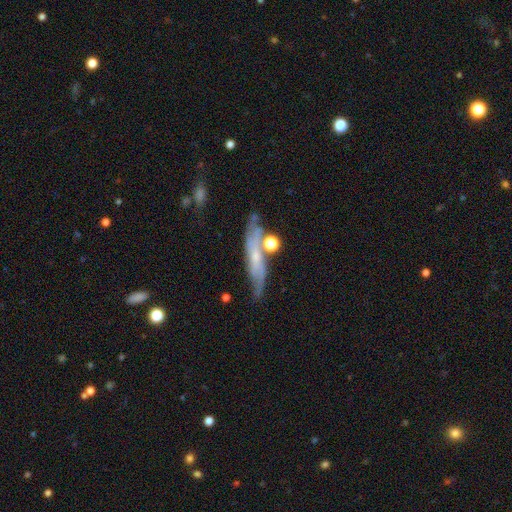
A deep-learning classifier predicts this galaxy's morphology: This is likely a featured or disk galaxy (62%). It is possibly not viewed edge-on (54%). Merging: possibly none (60%).